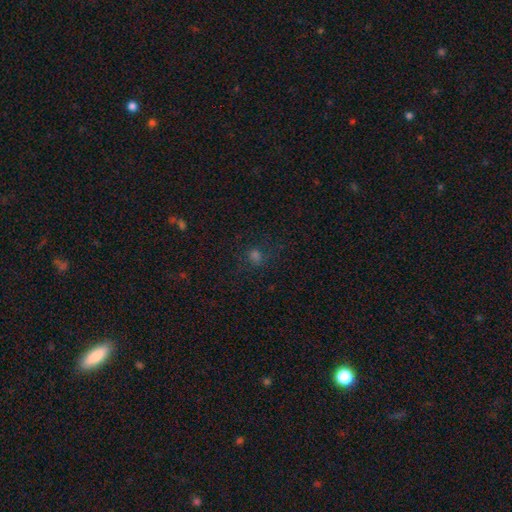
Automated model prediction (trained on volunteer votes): This appears to be a smooth galaxy with no disk features (54%) that is round (82%). Merging: none (72%).